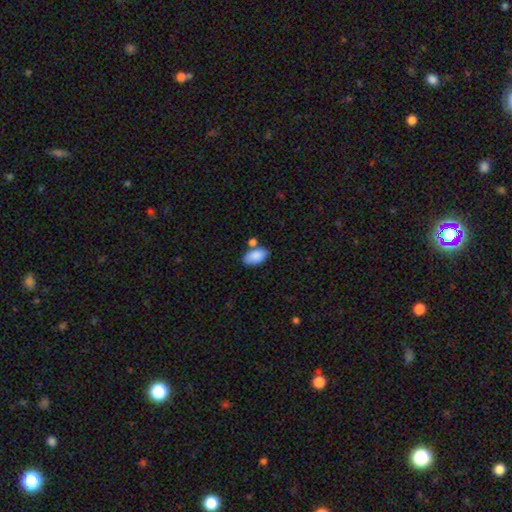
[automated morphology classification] type=smooth (88%); roundness=in between (94%); merging=none (65%).